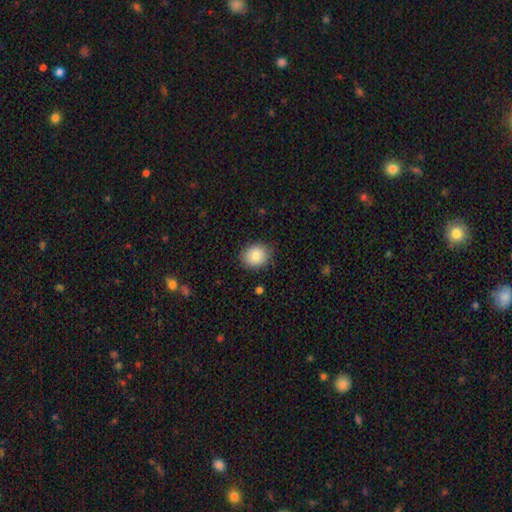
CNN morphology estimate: The model was most divided on "how rounded": round: 66%, in between: 33%, cigar-shaped: 1%. More confident: merging — none (86%); smooth or featured — smooth (85%).